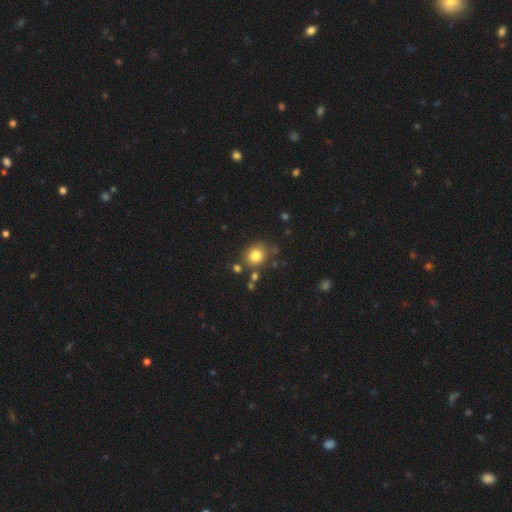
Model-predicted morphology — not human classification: smooth_or_featured: smooth (p=0.79) [alt: star or artifact p=0.13]
how_rounded: round (p=0.79) [alt: in between p=0.20]
merging: none (p=0.75) [alt: minor disturbance p=0.12]